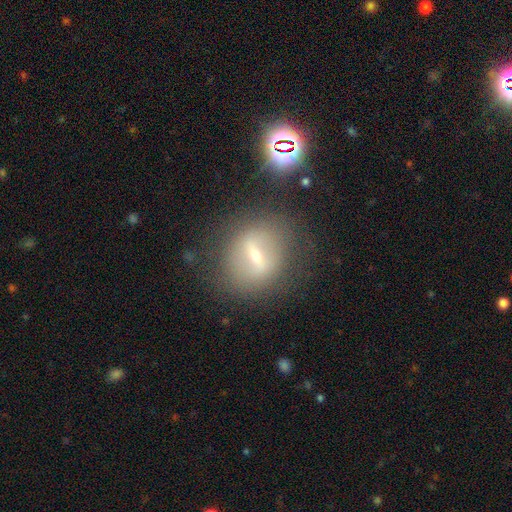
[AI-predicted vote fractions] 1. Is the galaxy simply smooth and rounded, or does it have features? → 59% featured or disk, 29% smooth, 12% star or artifact.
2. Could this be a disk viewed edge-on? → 80% no, 20% yes.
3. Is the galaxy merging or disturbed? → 77% none, 13% minor disturbance, 7% major disturbance, 3% merger.